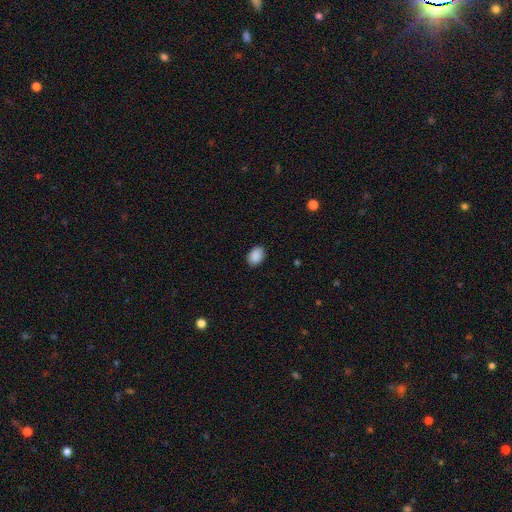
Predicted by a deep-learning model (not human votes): smooth_or_featured: smooth (p=0.90) [alt: star or artifact p=0.07]
how_rounded: in between (p=0.78) [alt: round p=0.21]
merging: none (p=0.89) [alt: minor disturbance p=0.08]